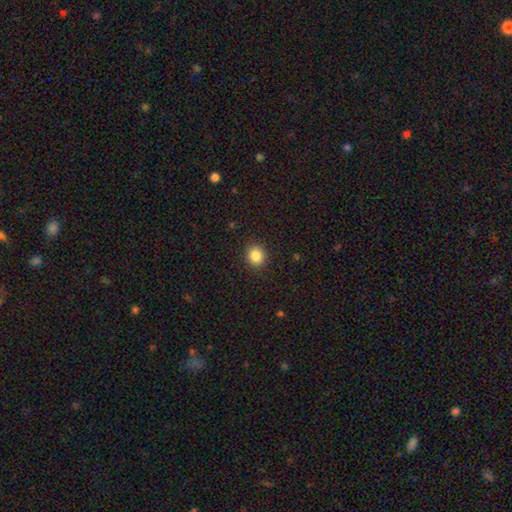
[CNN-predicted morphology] Overall: smooth (86%). How rounded: round (81%). Merging: none (91%).